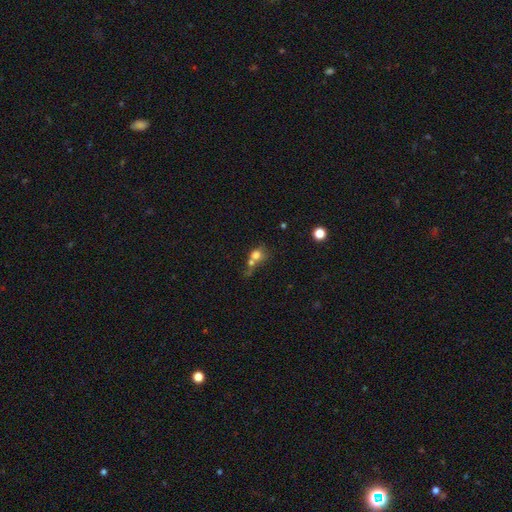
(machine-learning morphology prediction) smooth 70%, featured or disk 16%, star or artifact 13%. Down the decision tree: how rounded — round (74%); merging — merger (56%).